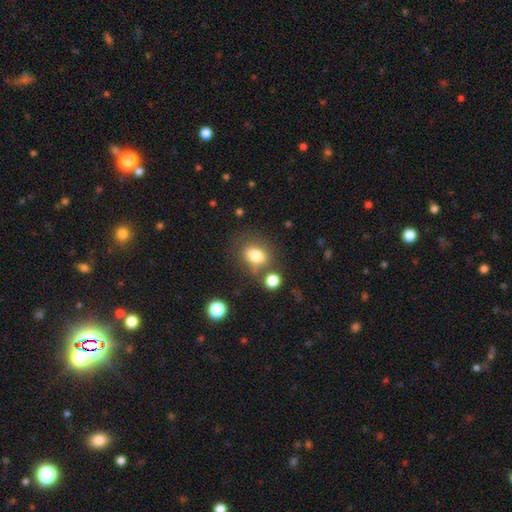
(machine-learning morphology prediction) This appears to be a smooth galaxy with no disk features (79%) that is in between round and cigar-shaped (58%). Merging: none (61%).